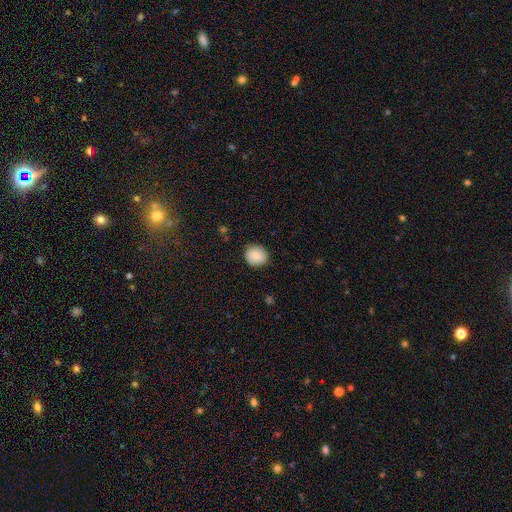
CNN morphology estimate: Smooth or featured? smooth (81%)
How rounded? round (85%)
Merging? none (85%)